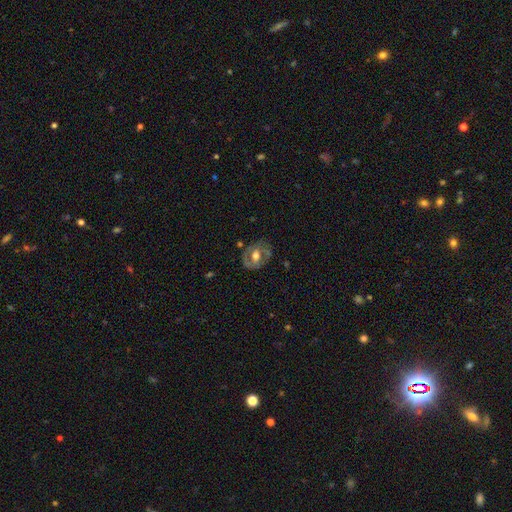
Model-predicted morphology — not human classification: Smooth or featured?
  - featured or disk: 63% *
  - smooth: 31%
  - star or artifact: 6%
Edge-on disk?
  - no: 95% *
  - yes: 5%
Bar?
  - no: 57% *
  - weak: 31%
  - strong: 12%
Spiral arms?
  - no: 56% *
  - yes: 44%
Bulge size?
  - moderate: 63% *
  - large: 27%
  - small: 7%
  - none: 2%
  - dominant: 1%
Merging?
  - none: 67% *
  - minor disturbance: 21%
  - major disturbance: 9%
  - merger: 2%